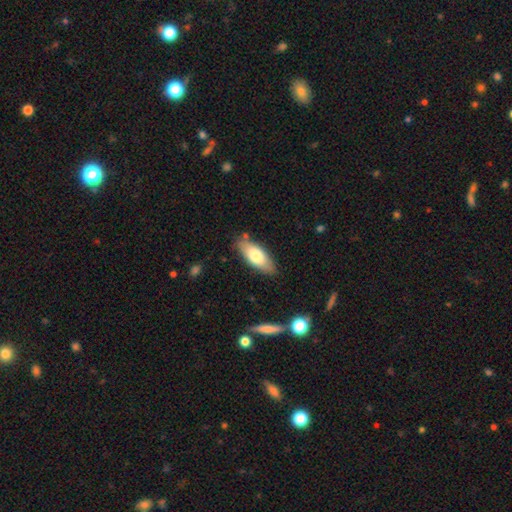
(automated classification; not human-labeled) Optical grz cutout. It shows a smooth galaxy with no disk features (72%) that is in between round and cigar-shaped (76%). Merging: none (82%).